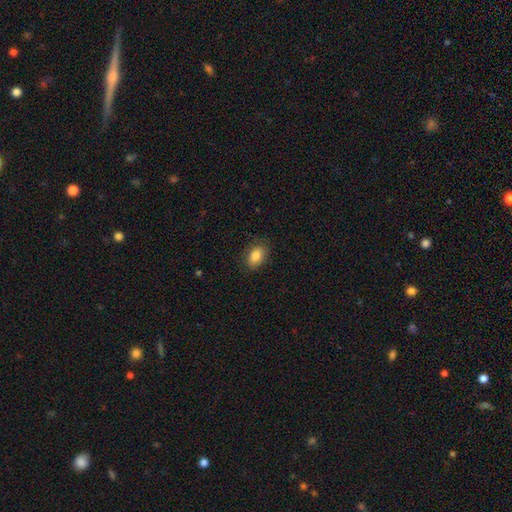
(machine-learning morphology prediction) Smooth or featured: smooth — 85% (star or artifact — 8%)
How rounded: in between — 84% (round — 14%)
Merging: none — 85% (minor disturbance — 11%)